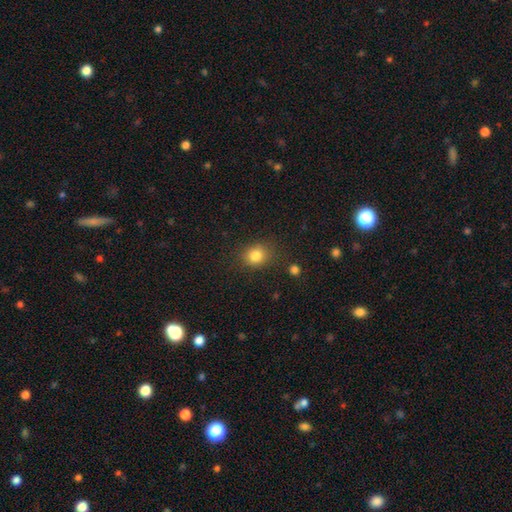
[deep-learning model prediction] This appears to be a smooth galaxy with no disk features (82%) that is round (71%). Merging: none (81%).